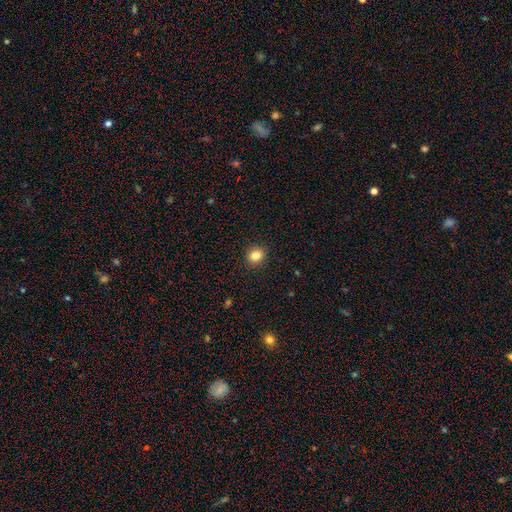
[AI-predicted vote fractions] This is clearly a smooth galaxy (84%). How rounded: likely round (72%). Merging: clearly none (91%).